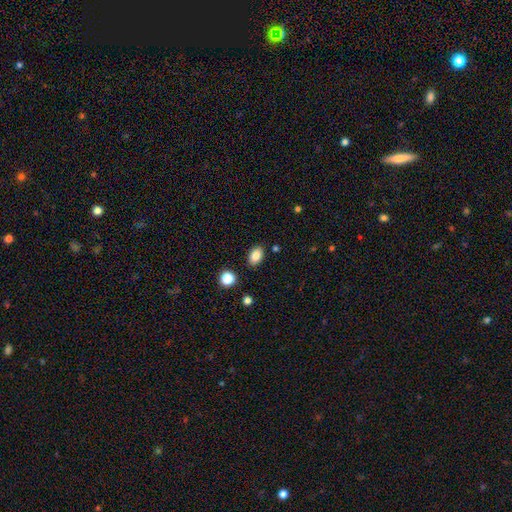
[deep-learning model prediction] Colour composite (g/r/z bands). It shows a smooth galaxy with no disk features (85%) that is in between round and cigar-shaped (85%). Merging: none (86%).